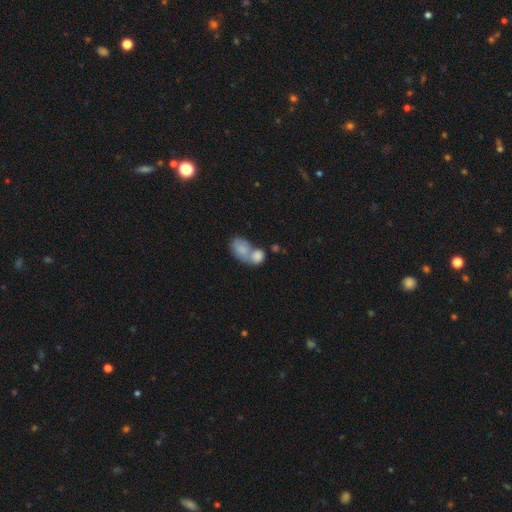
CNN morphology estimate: type=smooth (80%); roundness=in between (72%); merging=merger (68%).